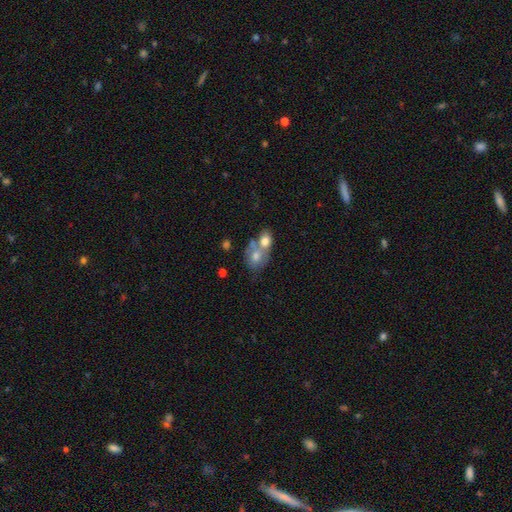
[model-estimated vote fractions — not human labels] A smooth galaxy with no disk features (67%) that is in between round and cigar-shaped (61%). Merging: merger (59%).